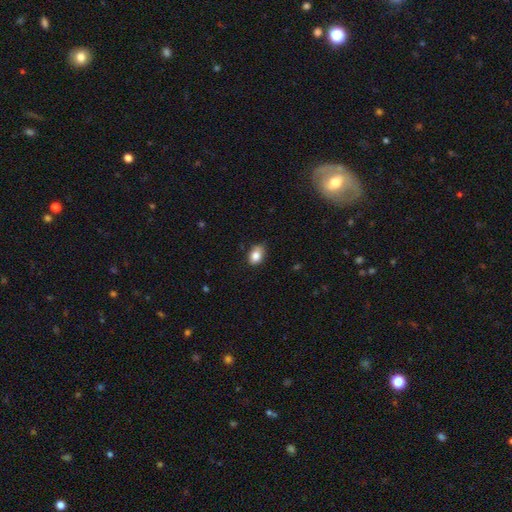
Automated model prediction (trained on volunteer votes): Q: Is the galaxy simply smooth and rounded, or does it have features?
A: smooth — 84%.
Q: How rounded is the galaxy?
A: in between — 77%.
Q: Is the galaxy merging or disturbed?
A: none — 69%.